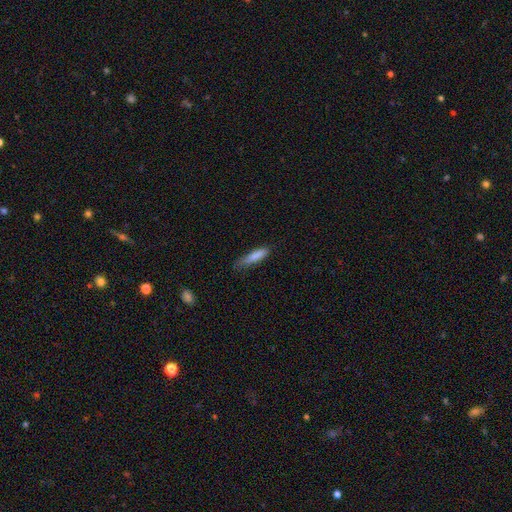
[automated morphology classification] Smooth or featured? Predicted: smooth (p=0.83). How rounded? Predicted: cigar-shaped (p=0.76). Merging? Predicted: none (p=0.62).